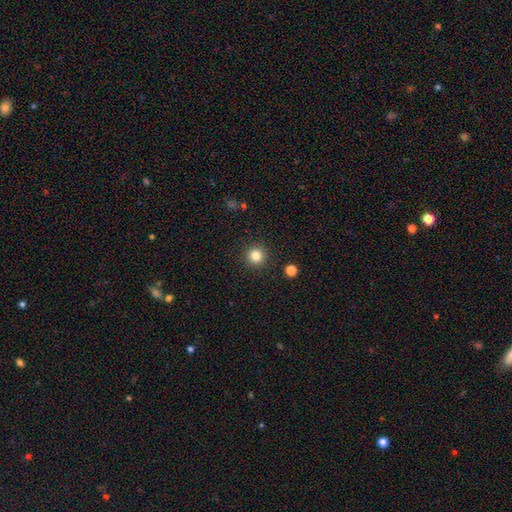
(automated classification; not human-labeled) Smooth or featured?
  - smooth: 83% *
  - star or artifact: 12%
  - featured or disk: 5%
How rounded?
  - round: 95% *
  - in between: 4%
  - cigar-shaped: 1%
Merging?
  - none: 92% *
  - minor disturbance: 5%
  - major disturbance: 2%
  - merger: 1%